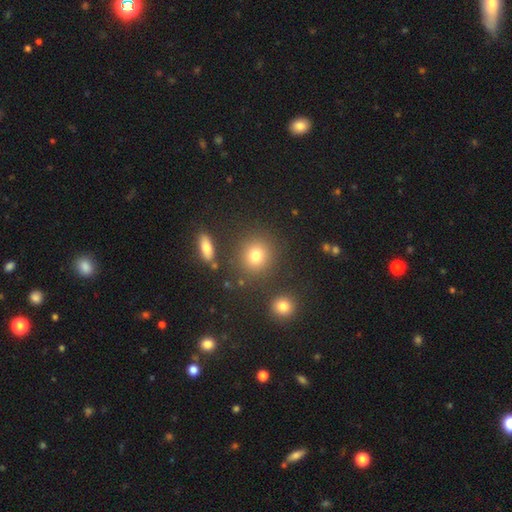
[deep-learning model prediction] smooth_or_featured: smooth (p=0.78) [alt: star or artifact p=0.14]
how_rounded: round (p=0.83) [alt: in between p=0.15]
merging: none (p=0.82) [alt: minor disturbance p=0.08]